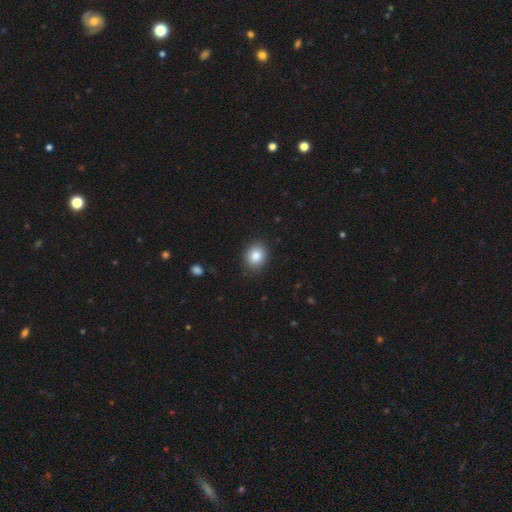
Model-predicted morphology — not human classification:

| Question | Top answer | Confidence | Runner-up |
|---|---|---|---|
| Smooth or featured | smooth | 85% | star or artifact (9%) |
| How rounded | round | 69% | in between (30%) |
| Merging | none | 89% | minor disturbance (8%) |